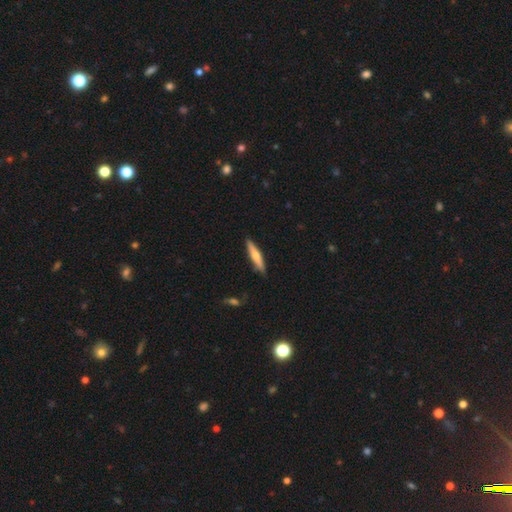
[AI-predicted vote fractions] Q: Smooth or featured?
A: smooth (54%); runner-up: featured or disk (41%)
Q: How rounded?
A: cigar-shaped (87%); runner-up: in between (11%)
Q: Merging?
A: none (89%); runner-up: minor disturbance (8%)